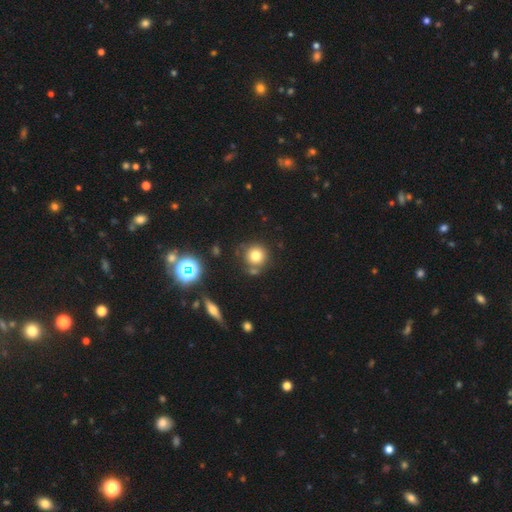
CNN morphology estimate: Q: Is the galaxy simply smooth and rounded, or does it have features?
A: smooth — 75%.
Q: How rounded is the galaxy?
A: round — 92%.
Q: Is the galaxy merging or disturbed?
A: none — 74%.